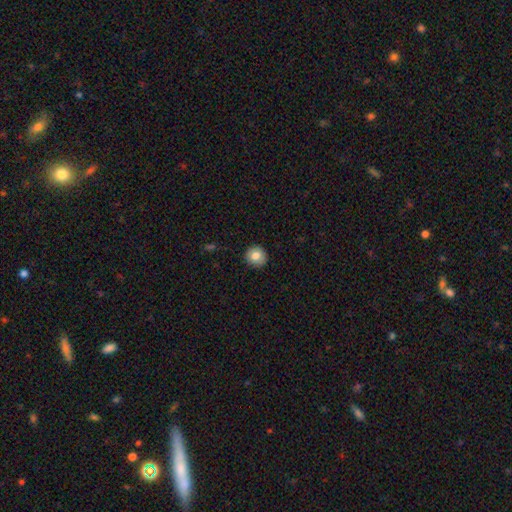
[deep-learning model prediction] The model was most divided on "smooth or featured": smooth: 81%, featured or disk: 10%, star or artifact: 9%. More confident: how rounded — round (91%); merging — none (91%).